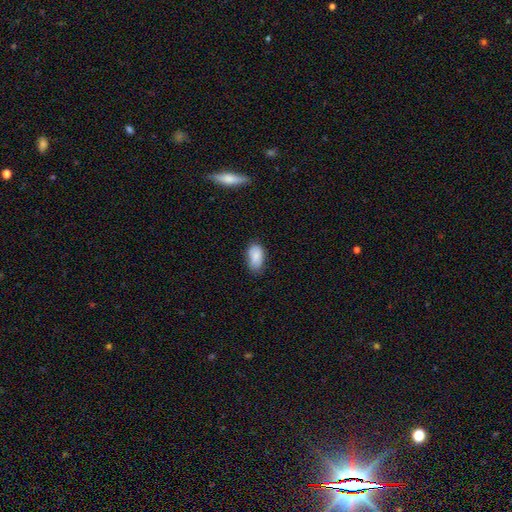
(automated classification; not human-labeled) The model was most divided on "merging": none: 66%, minor disturbance: 28%, major disturbance: 5%, merger: 1%. More confident: how rounded — in between (93%); smooth or featured — smooth (86%).